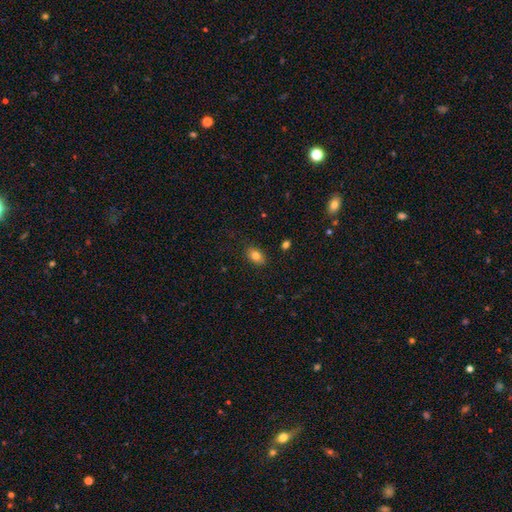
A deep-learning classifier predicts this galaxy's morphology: This is clearly a smooth galaxy (81%). How rounded: clearly in between (84%). Merging: clearly none (86%).